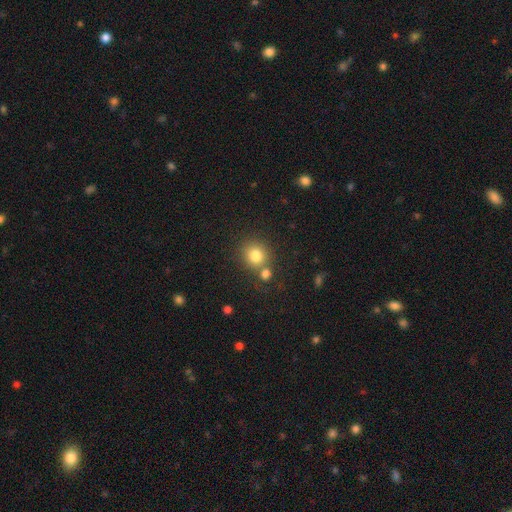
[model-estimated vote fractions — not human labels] Smooth or featured?
  - smooth: 80% *
  - star or artifact: 12%
  - featured or disk: 8%
How rounded?
  - round: 86% *
  - in between: 13%
  - cigar-shaped: 1%
Merging?
  - none: 64% *
  - merger: 23%
  - minor disturbance: 9%
  - major disturbance: 4%